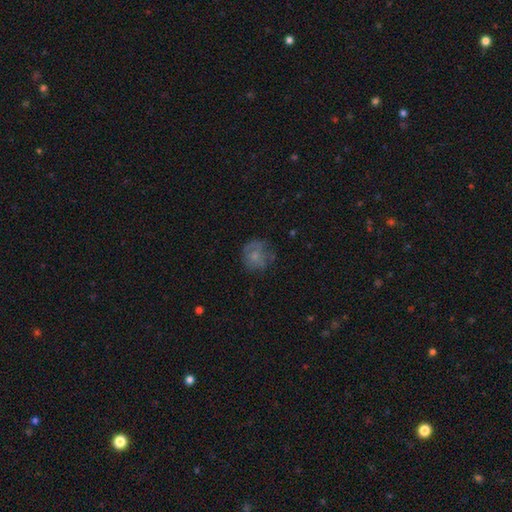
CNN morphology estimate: smooth 57%, featured or disk 31%, star or artifact 12%. Down the decision tree: how rounded — round (80%); merging — none (56%).